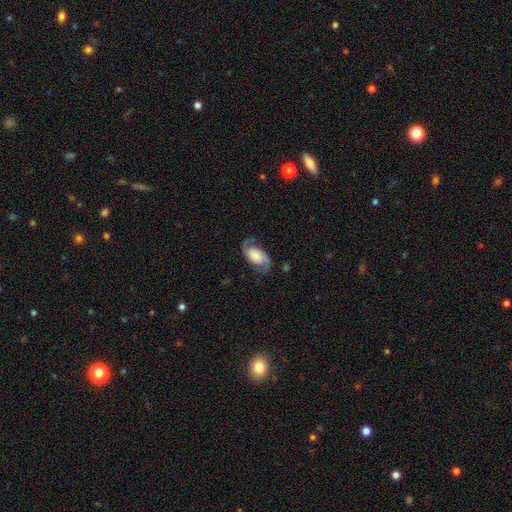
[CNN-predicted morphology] A featured or disk galaxy (78%) with no bar (61%), 2 (93%) medium (44%) spiral arms (96%) and a large central bulge (36%).

Vote fractions:
- Smooth or featured? featured or disk: 78% / smooth: 15% / star or artifact: 7%
- Edge-on disk? no: 97% / yes: 3%
- Bar? no: 61% / weak: 29% / strong: 11%
- Spiral arms? yes: 96% / no: 4%
- Spiral winding? medium: 44% / loose: 40% / tight: 16%
- Spiral arm count? 2: 93% / can't tell: 2% / 1: 2% / 3: 1% / 4: 1% / more than 4: 1%
- Bulge size? large: 36% / none: 20% / moderate: 17% / small: 15% / dominant: 11%
- Merging? none: 75% / minor disturbance: 16% / major disturbance: 8% / merger: 2%